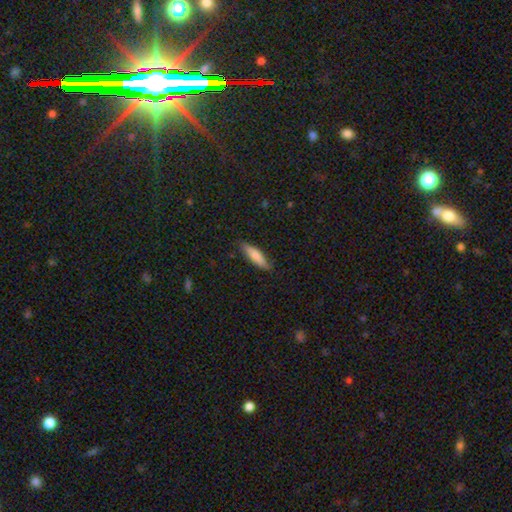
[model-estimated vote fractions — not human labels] Smooth or featured: smooth — 75% (featured or disk — 19%)
How rounded: cigar-shaped — 67% (in between — 31%)
Merging: none — 82% (minor disturbance — 14%)